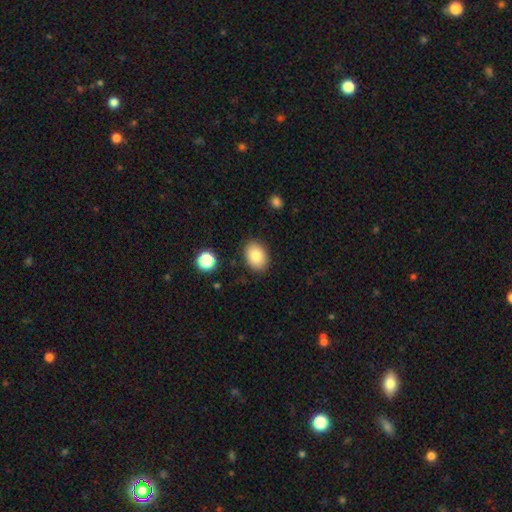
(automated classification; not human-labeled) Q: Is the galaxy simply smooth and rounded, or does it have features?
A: smooth — 85%.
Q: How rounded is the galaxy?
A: in between — 75%.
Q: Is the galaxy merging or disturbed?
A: none — 86%.